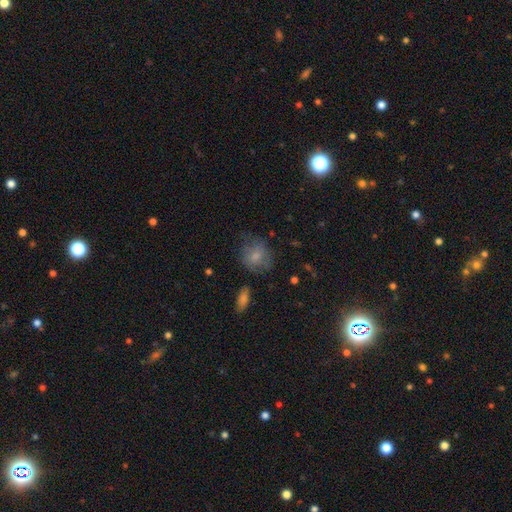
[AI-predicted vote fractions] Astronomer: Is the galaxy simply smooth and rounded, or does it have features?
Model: smooth — 73%.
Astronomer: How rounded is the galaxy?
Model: round — 63%.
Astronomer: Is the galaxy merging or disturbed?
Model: none — 56%.